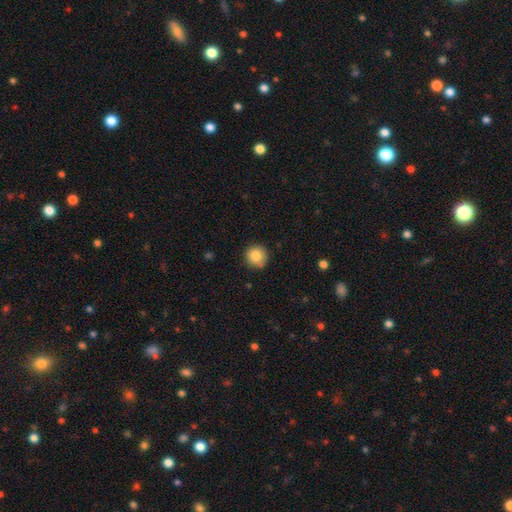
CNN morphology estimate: Q: Smooth or featured?
A: smooth (85%); runner-up: star or artifact (9%)
Q: How rounded?
A: round (94%); runner-up: in between (5%)
Q: Merging?
A: none (82%); runner-up: minor disturbance (13%)